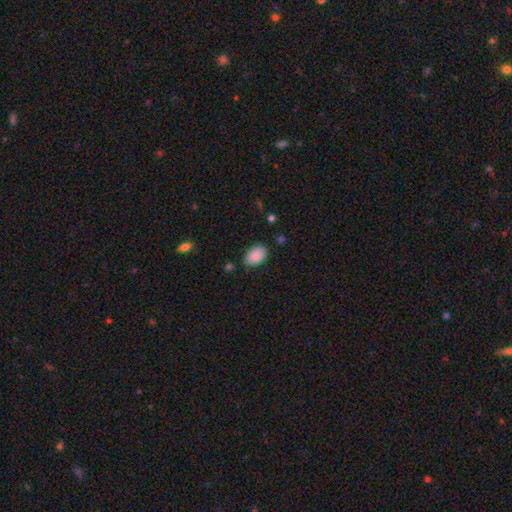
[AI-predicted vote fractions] Smooth or featured: smooth — 89% (star or artifact — 7%)
How rounded: in between — 90% (round — 9%)
Merging: none — 77% (minor disturbance — 17%)